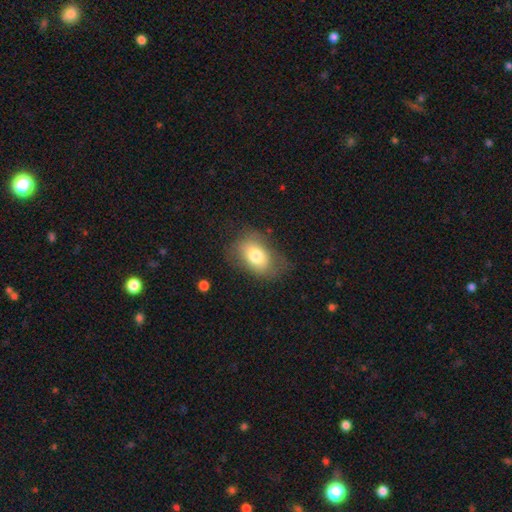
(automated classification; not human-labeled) Smooth or featured?
  - smooth: 75% *
  - featured or disk: 17%
  - star or artifact: 8%
How rounded?
  - in between: 84% *
  - round: 15%
  - cigar-shaped: 1%
Merging?
  - none: 64% *
  - minor disturbance: 23%
  - major disturbance: 11%
  - merger: 2%